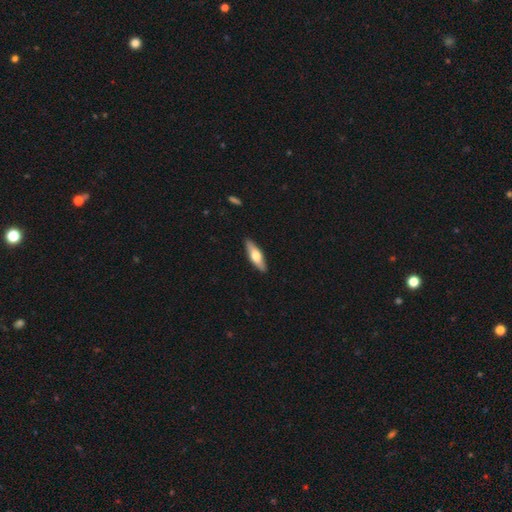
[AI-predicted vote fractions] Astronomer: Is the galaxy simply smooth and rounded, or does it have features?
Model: smooth — 52% (runner-up: featured or disk, 42%).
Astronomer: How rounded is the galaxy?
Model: cigar-shaped — 55% (runner-up: in between, 43%).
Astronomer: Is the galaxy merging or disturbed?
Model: none — 89%.